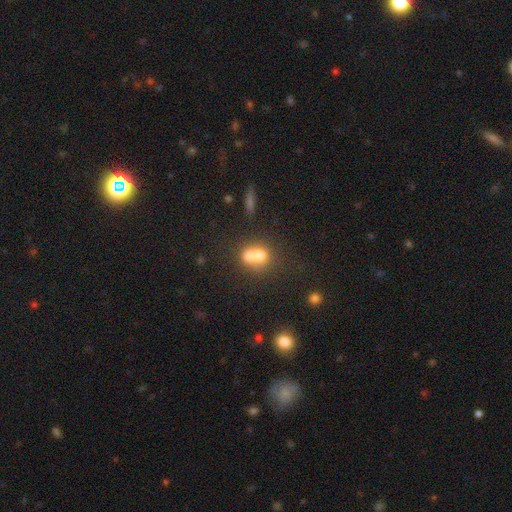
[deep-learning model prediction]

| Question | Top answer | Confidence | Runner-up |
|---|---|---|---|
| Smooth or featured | smooth | 66% | featured or disk (23%) |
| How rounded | round | 63% | in between (35%) |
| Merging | merger | 67% | none (22%) |